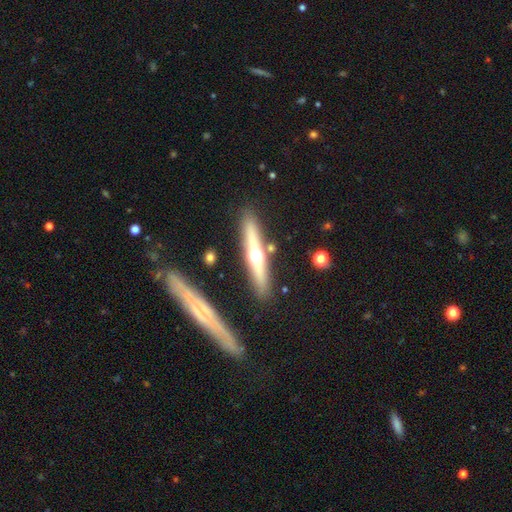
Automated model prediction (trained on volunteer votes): Smooth or featured: featured or disk — 61% (smooth — 32%)
Edge-on disk: yes — 93% (no — 7%)
Edge-on bulge: rounded — 93% (none — 4%)
Merging: none — 85% (minor disturbance — 9%)